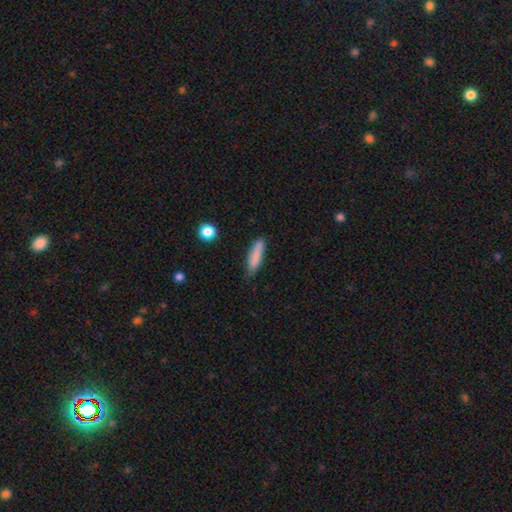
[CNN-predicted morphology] A smooth galaxy with no disk features (83%) that is cigar-shaped (74%). Merging: none (72%).